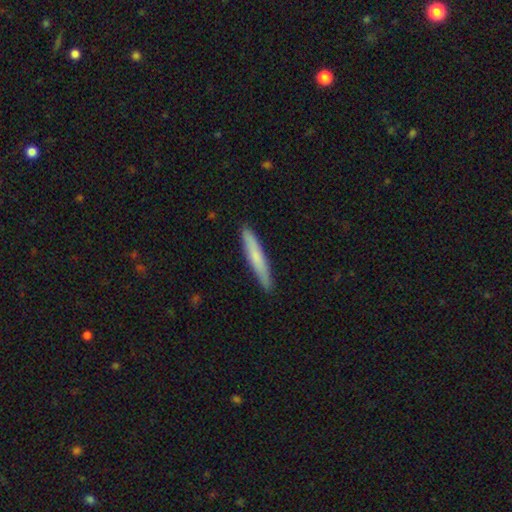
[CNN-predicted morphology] A smooth galaxy with no disk features (68%) that is cigar-shaped (95%). Merging: none (89%).